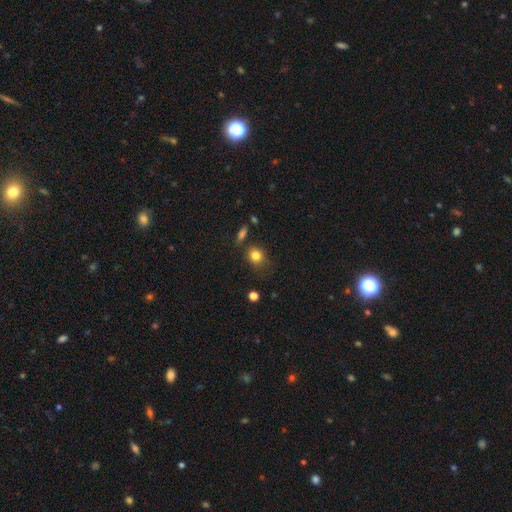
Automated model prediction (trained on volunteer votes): Smooth or featured: smooth — 82% (star or artifact — 11%)
How rounded: round — 71% (in between — 28%)
Merging: none — 69% (minor disturbance — 19%)